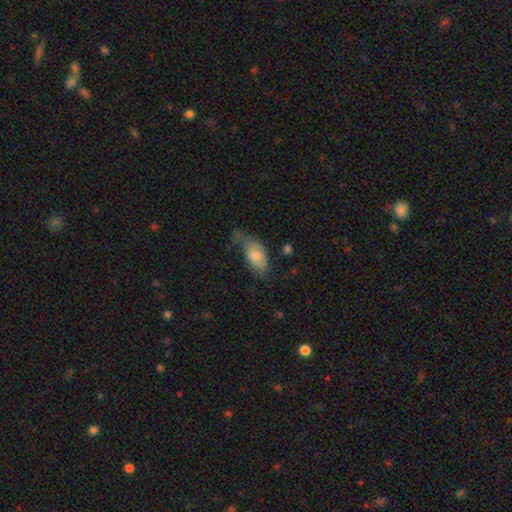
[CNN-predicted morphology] This is likely a smooth galaxy (75%). How rounded: clearly in between (90%). Merging: marginally none (36%).